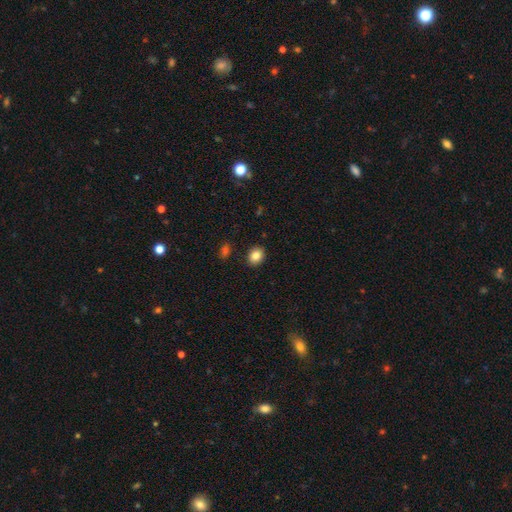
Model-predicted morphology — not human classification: A smooth galaxy with no disk features (85%) that is round (55%). Merging: none (89%).